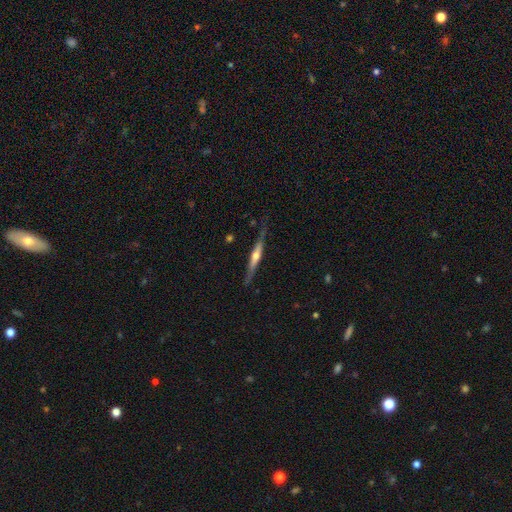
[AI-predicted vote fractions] Smooth or featured: featured or disk — 70% (smooth — 24%)
Edge-on disk: yes — 97% (no — 3%)
Edge-on bulge: rounded — 84% (none — 10%)
Merging: none — 80% (minor disturbance — 15%)